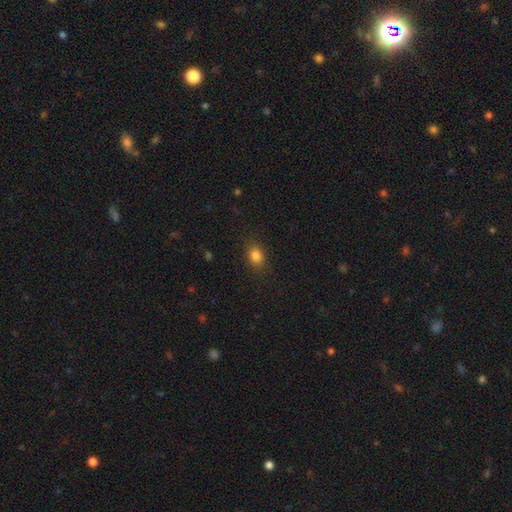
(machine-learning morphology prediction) smooth-or-featured: smooth: 83% | star or artifact: 11% | featured or disk: 6%
  how-rounded: in between: 60% | round: 39% | cigar-shaped: 1%
  merging: none: 86% | minor disturbance: 10% | major disturbance: 3% | merger: 1%